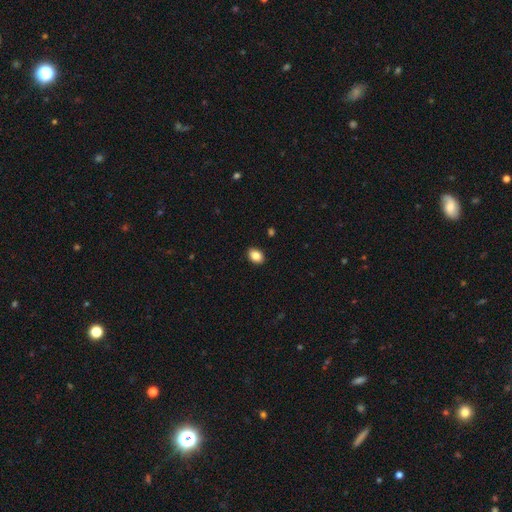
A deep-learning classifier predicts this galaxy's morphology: type=smooth (86%); roundness=in between (70%); merging=none (91%).